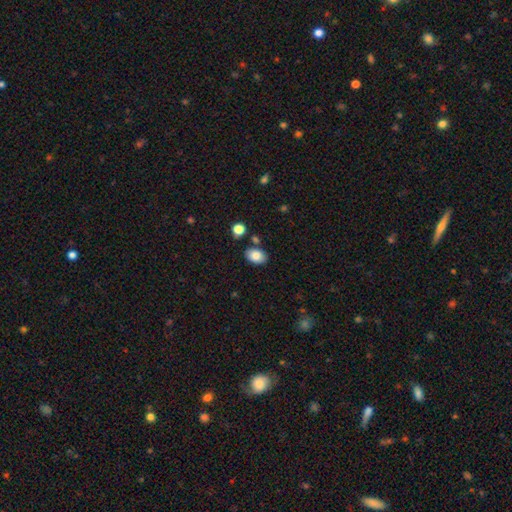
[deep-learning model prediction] smooth 85%, star or artifact 8%, featured or disk 7%. Down the decision tree: how rounded — in between (83%); merging — none (80%).